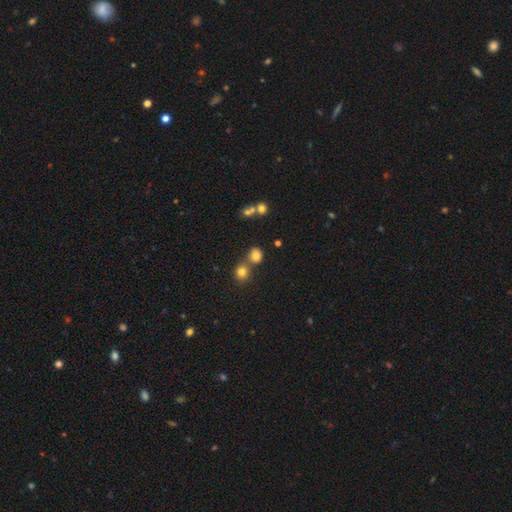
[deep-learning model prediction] Morphology: type=smooth (79%); roundness=round (80%); merging=none (60%).